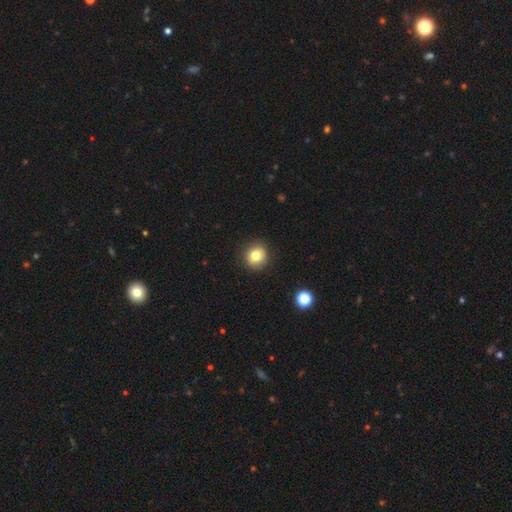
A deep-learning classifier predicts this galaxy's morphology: The model was most divided on "how rounded": round: 83%, in between: 16%, cigar-shaped: 1%. More confident: merging — none (88%); smooth or featured — smooth (79%).